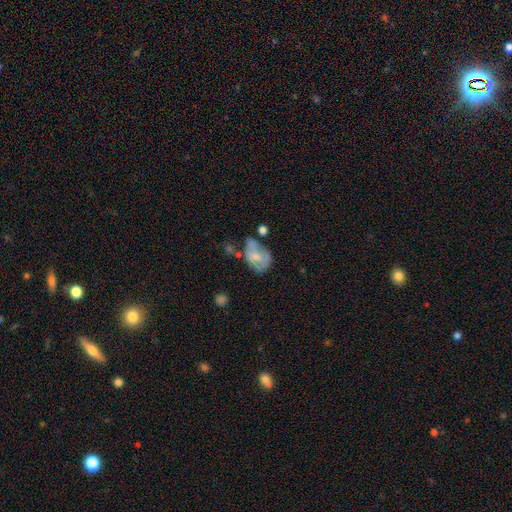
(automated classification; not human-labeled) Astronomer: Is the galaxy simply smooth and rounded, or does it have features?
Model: smooth — 54% (runner-up: featured or disk, 37%).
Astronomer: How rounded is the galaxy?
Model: in between — 73%.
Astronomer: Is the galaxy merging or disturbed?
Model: minor disturbance — 31% (runner-up: none, 29%).